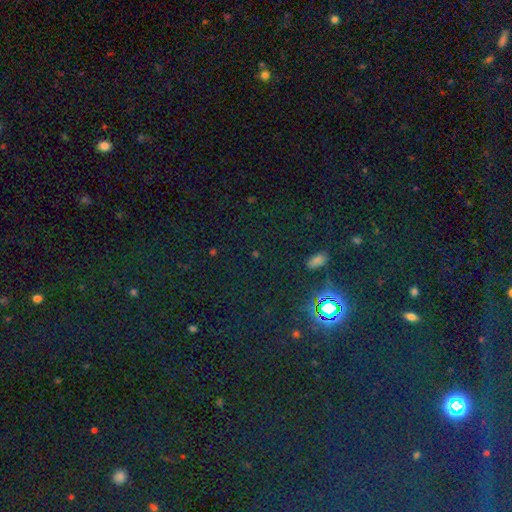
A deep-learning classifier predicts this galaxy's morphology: The model was most divided on "smooth or featured": star or artifact: 76%, smooth: 16%, featured or disk: 7%.